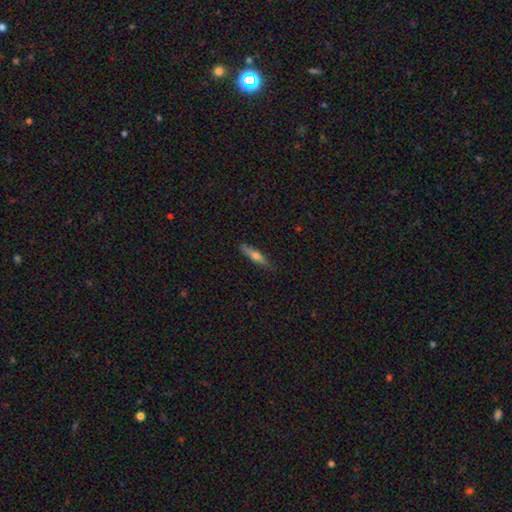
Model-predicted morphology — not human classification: Smooth or featured: smooth — 58% (featured or disk — 36%)
How rounded: cigar-shaped — 78% (in between — 20%)
Merging: none — 85% (minor disturbance — 12%)